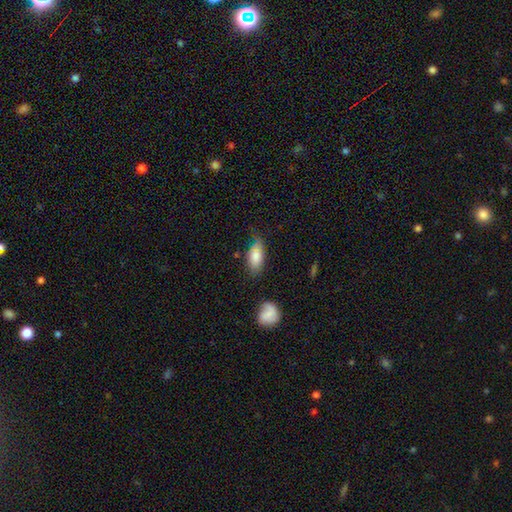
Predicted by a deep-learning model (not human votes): Smooth or featured? smooth (80%)
How rounded? in between (88%)
Merging? none (52%)